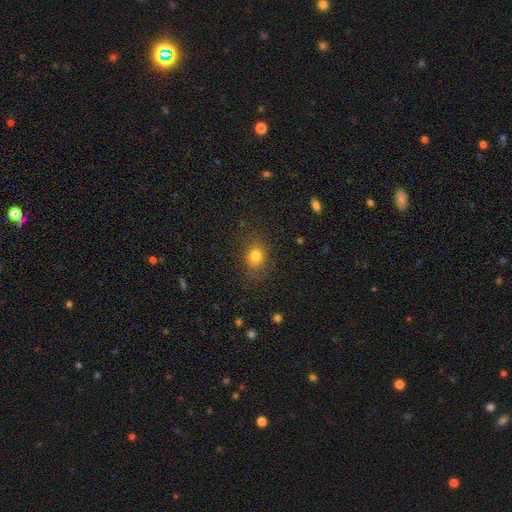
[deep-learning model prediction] smooth-or-featured: smooth: 77% | star or artifact: 15% | featured or disk: 8%
  how-rounded: round: 61% | in between: 38% | cigar-shaped: 1%
  merging: none: 81% | minor disturbance: 13% | major disturbance: 5% | merger: 1%